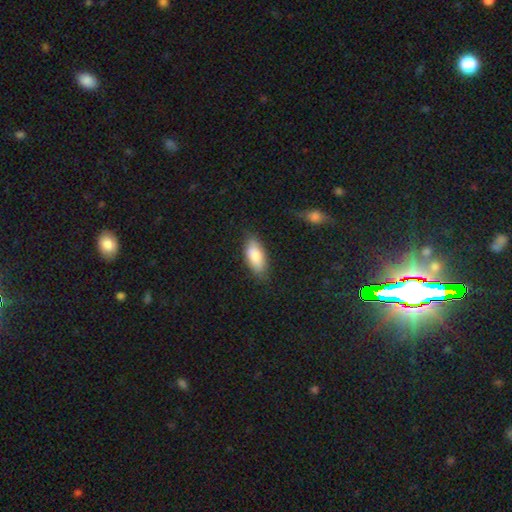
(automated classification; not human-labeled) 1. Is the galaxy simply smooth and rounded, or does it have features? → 81% smooth, 13% featured or disk, 6% star or artifact.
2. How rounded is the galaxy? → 87% in between, 11% cigar-shaped, 2% round.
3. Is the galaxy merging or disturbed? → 78% none, 17% minor disturbance, 3% major disturbance, 2% merger.